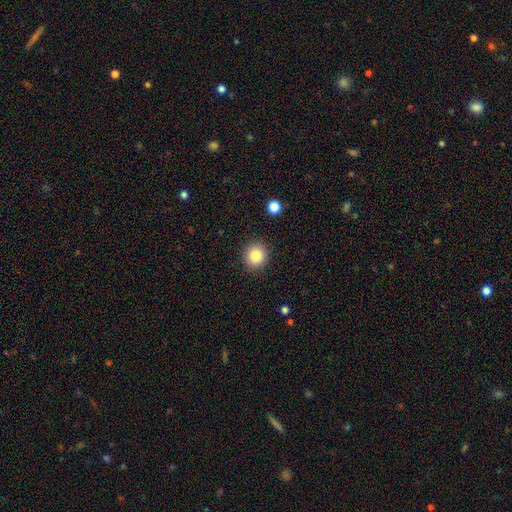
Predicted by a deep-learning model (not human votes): A smooth galaxy with no disk features (85%) that is round (88%). Merging: none (90%).